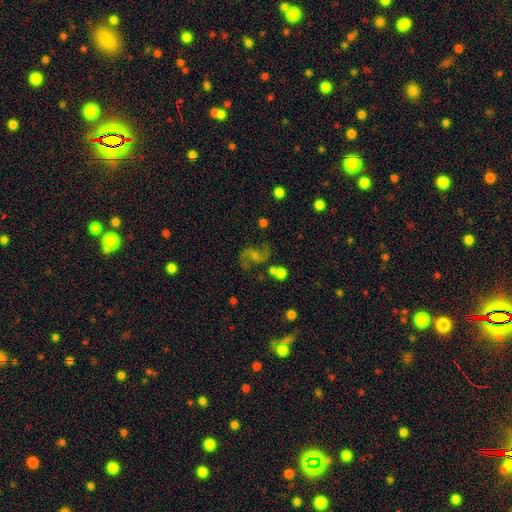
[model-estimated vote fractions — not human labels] smooth-or-featured: featured or disk: 76% | star or artifact: 13% | smooth: 11%
  disk-edge-on: no: 97% | yes: 3%
    bar: no: 45% | weak: 44% | strong: 11%
    has-spiral-arms: yes: 95% | no: 5%
      spiral-winding: loose: 51% | medium: 41% | tight: 8%
      spiral-arm-count: 2: 92% | can't tell: 3% | 1: 2% | 3: 1% | 4: 1% | more than 4: 1%
    bulge-size: small: 34% | none: 30% | moderate: 28% | large: 6% | dominant: 2%
  merging: none: 69% | minor disturbance: 15% | major disturbance: 10% | merger: 6%